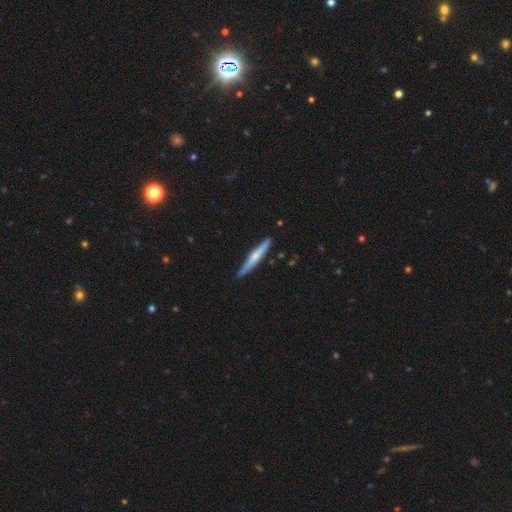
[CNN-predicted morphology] Smooth or featured: featured or disk — 48% (smooth — 47%)
Merging: none — 85% (minor disturbance — 12%)